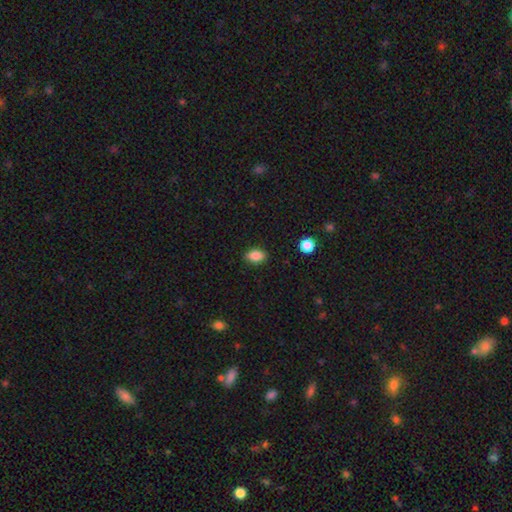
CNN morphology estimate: A smooth galaxy with no disk features (86%) that is in between round and cigar-shaped (83%). Merging: none (87%).